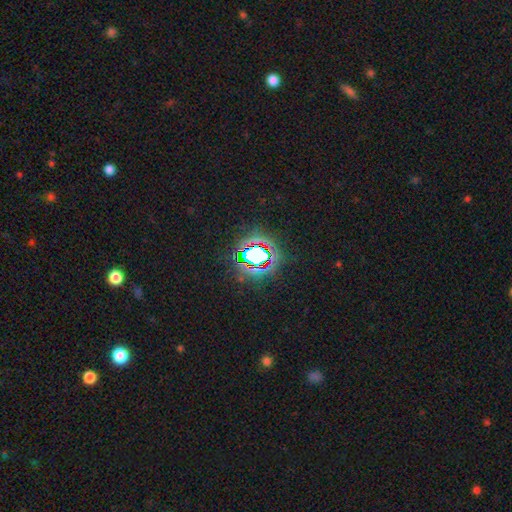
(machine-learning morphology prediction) Smooth or featured? star or artifact (66%)